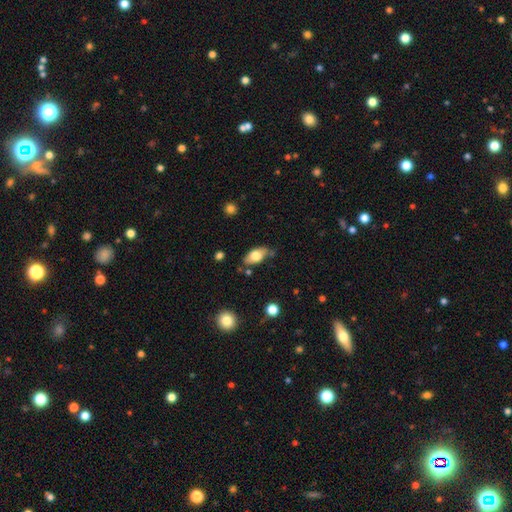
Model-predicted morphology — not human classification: smooth_or_featured: smooth (p=0.71) [alt: featured or disk p=0.22]
how_rounded: in between (p=0.90) [alt: cigar-shaped p=0.06]
merging: none (p=0.66) [alt: minor disturbance p=0.24]